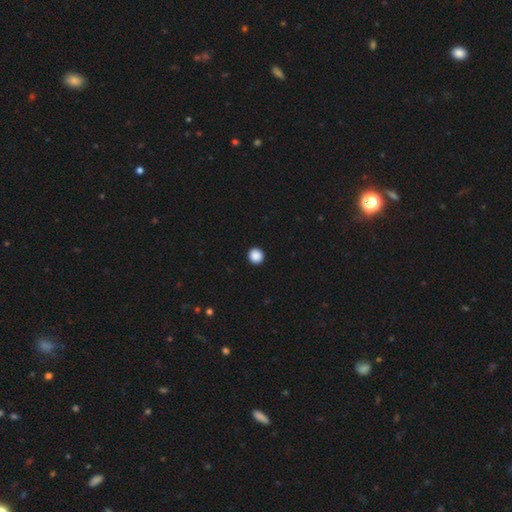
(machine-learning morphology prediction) This appears to be a smooth galaxy with no disk features (89%) that is round (94%). Merging: none (94%).